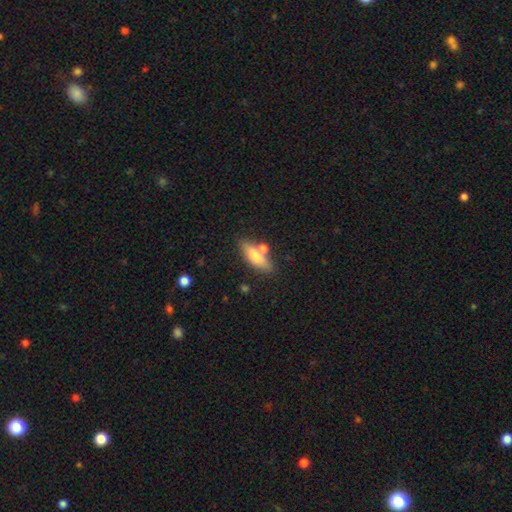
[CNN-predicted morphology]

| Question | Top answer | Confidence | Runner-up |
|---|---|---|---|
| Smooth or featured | smooth | 68% | featured or disk (24%) |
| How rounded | in between | 54% | cigar-shaped (42%) |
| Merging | none | 69% | merger (15%) |